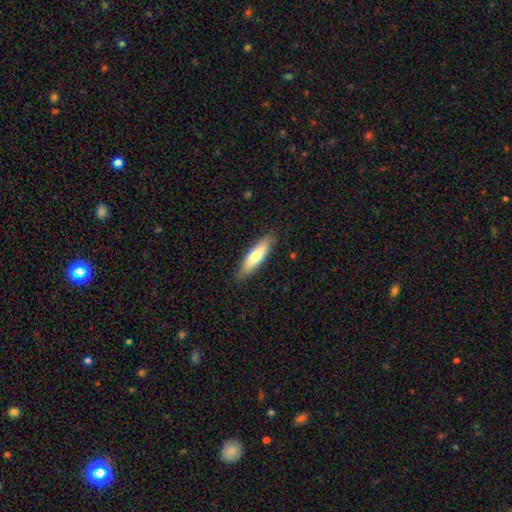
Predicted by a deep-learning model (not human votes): Smooth or featured: smooth — 70% (featured or disk — 24%)
How rounded: cigar-shaped — 65% (in between — 34%)
Merging: none — 87% (minor disturbance — 10%)